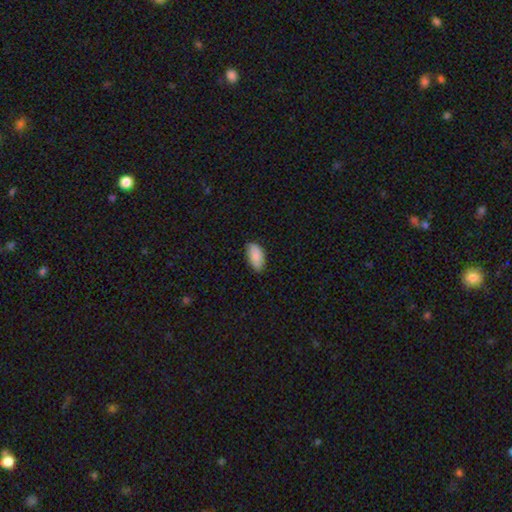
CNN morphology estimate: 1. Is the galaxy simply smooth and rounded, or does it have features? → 87% smooth, 7% featured or disk, 6% star or artifact.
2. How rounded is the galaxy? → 94% in between, 4% cigar-shaped, 3% round.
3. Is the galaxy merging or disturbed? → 78% none, 18% minor disturbance, 3% major disturbance, 1% merger.